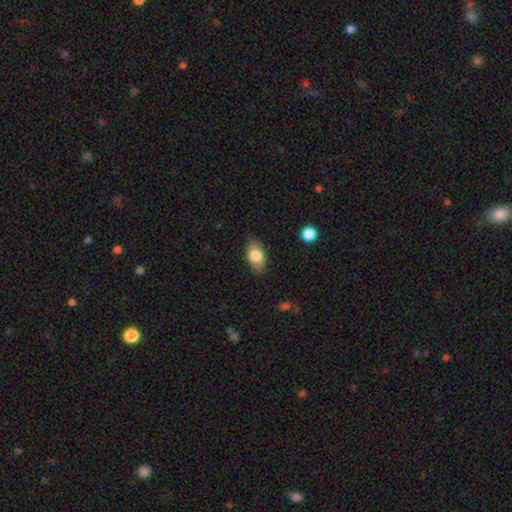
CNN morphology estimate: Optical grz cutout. It shows a smooth galaxy with no disk features (80%) that is in between round and cigar-shaped (89%). Merging: none (83%).